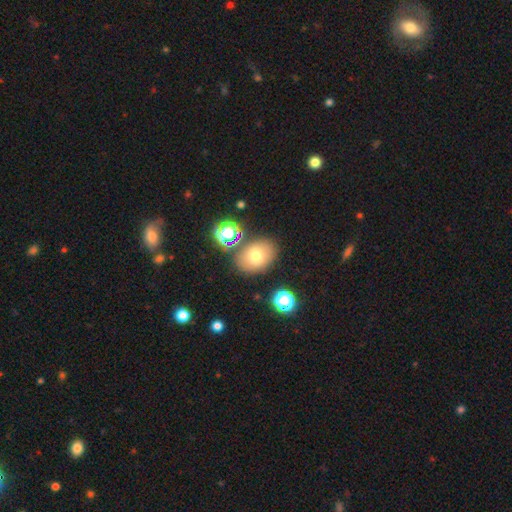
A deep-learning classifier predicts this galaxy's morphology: Smooth or featured: smooth — 71% (featured or disk — 16%)
How rounded: in between — 67% (round — 32%)
Merging: none — 75% (minor disturbance — 13%)